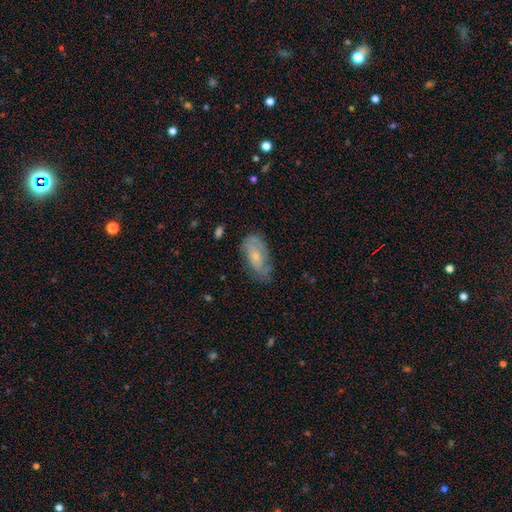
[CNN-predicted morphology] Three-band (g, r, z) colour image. It shows a featured or disk galaxy (57%) with no bar (66%), spiral arms (79%) and a small central bulge (56%). Merging: none (64%).